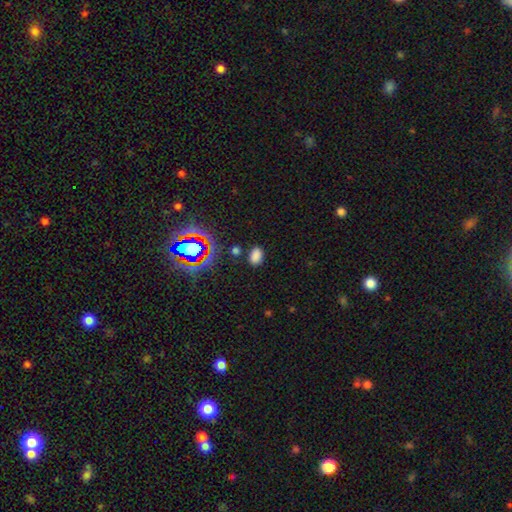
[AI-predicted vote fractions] Smooth or featured? Predicted: smooth (p=0.75). How rounded? Predicted: in between (p=0.83). Merging? Predicted: none (p=0.82).